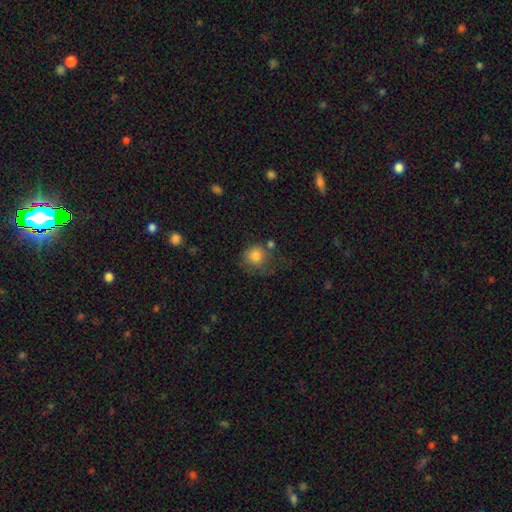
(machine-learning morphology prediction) Smooth or featured?
  - smooth: 80% *
  - star or artifact: 10%
  - featured or disk: 9%
How rounded?
  - round: 85% *
  - in between: 14%
  - cigar-shaped: 1%
Merging?
  - none: 52% *
  - minor disturbance: 23%
  - major disturbance: 16%
  - merger: 10%